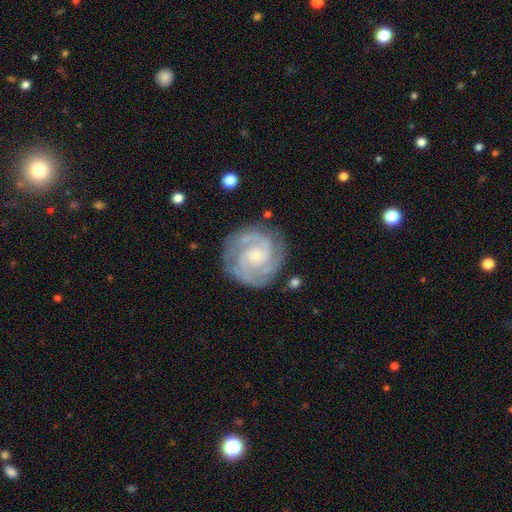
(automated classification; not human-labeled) Morphology: type=featured or disk (90%); edge-on=no (98%); bar=no (68%); spiral arms=yes (98%); winding=tight (69%); arm count=2 (47%); bulge=small (77%); merging=none (82%).